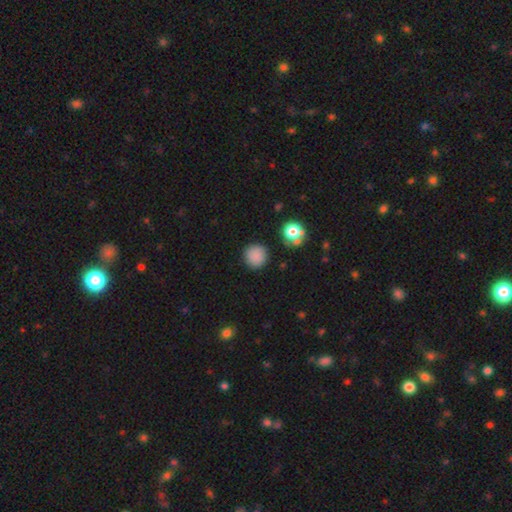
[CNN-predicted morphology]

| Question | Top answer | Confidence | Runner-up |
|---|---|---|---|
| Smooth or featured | smooth | 83% | star or artifact (12%) |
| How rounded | round | 93% | in between (6%) |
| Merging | none | 85% | minor disturbance (9%) |